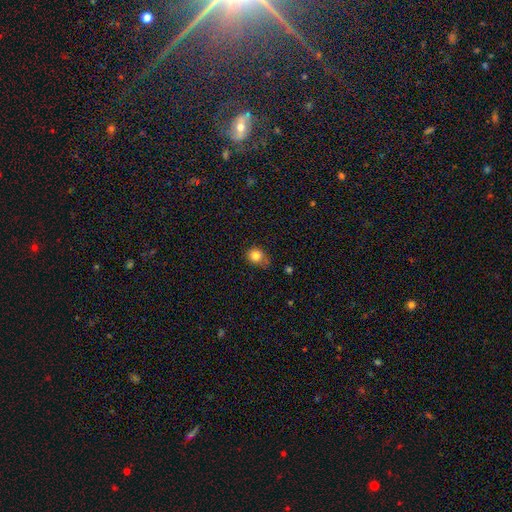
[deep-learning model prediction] The model was most divided on "merging": none: 56%, minor disturbance: 34%, major disturbance: 8%, merger: 2%. More confident: smooth or featured — smooth (81%); how rounded — round (64%).